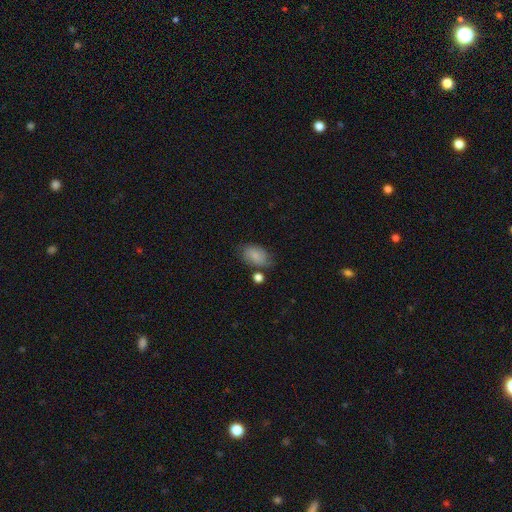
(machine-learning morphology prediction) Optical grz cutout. It shows a smooth galaxy with no disk features (70%) that is in between round and cigar-shaped (83%). Merging: none (60%).